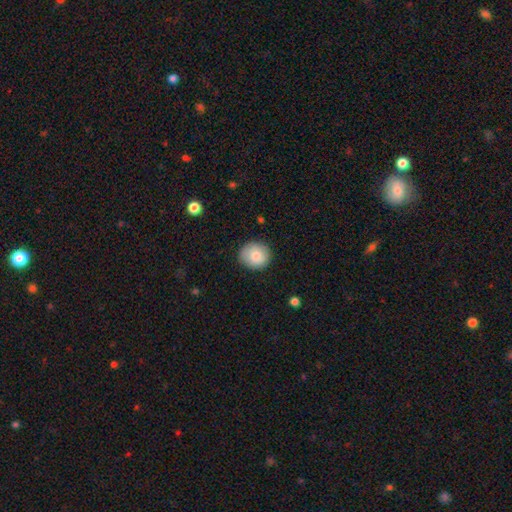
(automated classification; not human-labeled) Overall: smooth (81%). How rounded: round (87%). Merging: none (85%).